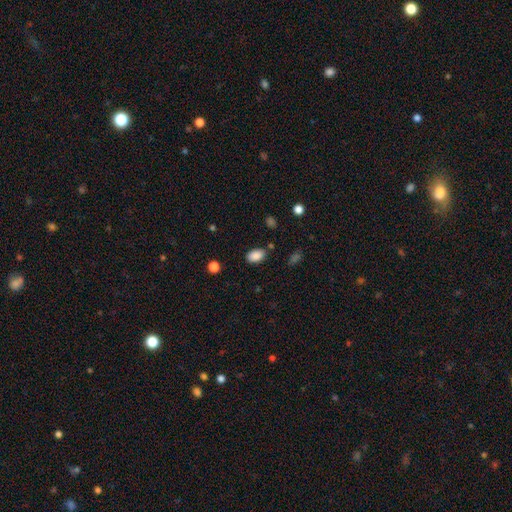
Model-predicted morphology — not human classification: This is clearly a smooth galaxy (88%). How rounded: clearly in between (90%). Merging: clearly none (83%).